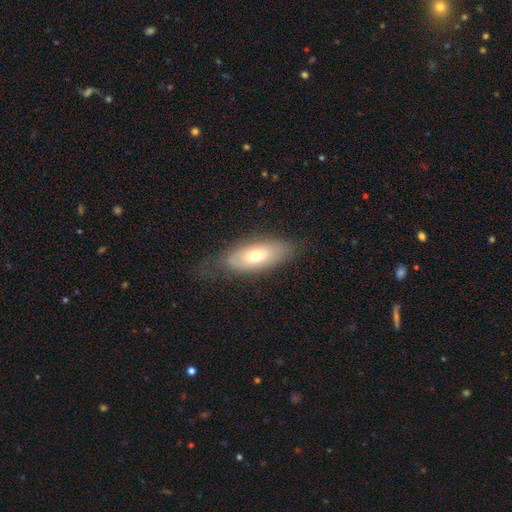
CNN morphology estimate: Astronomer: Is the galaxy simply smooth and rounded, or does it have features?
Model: smooth — 58% (runner-up: featured or disk, 35%).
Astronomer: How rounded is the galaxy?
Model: in between — 80%.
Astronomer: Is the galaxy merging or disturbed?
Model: none — 66%.